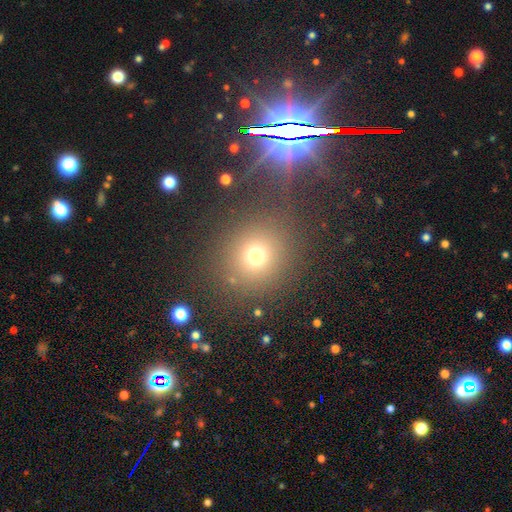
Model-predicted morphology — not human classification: Smooth or featured? smooth (71%)
How rounded? round (86%)
Merging? none (77%)